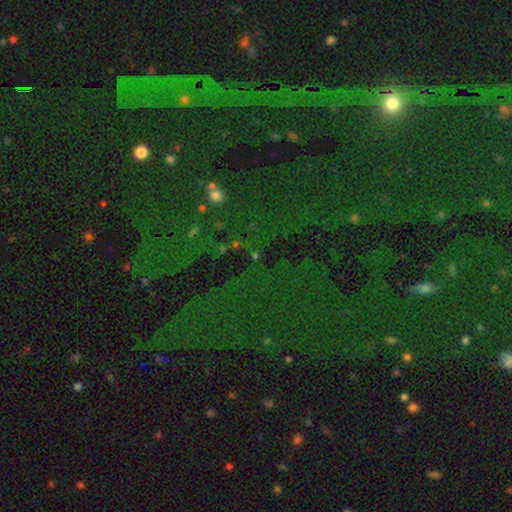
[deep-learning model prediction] A star or artifact, not a galaxy (73%).